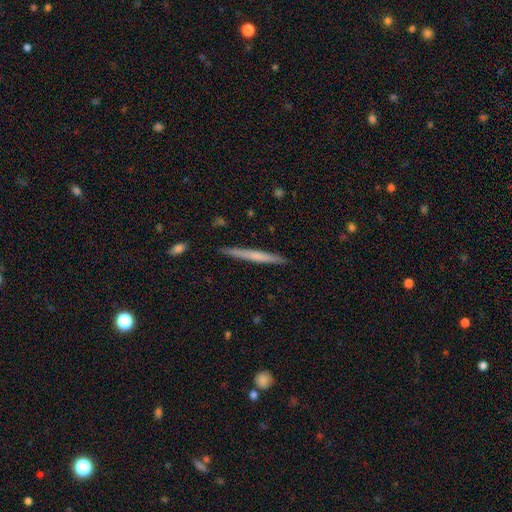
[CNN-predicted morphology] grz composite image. It shows a smooth galaxy with no disk features (55%) that is cigar-shaped (97%). Merging: none (90%).